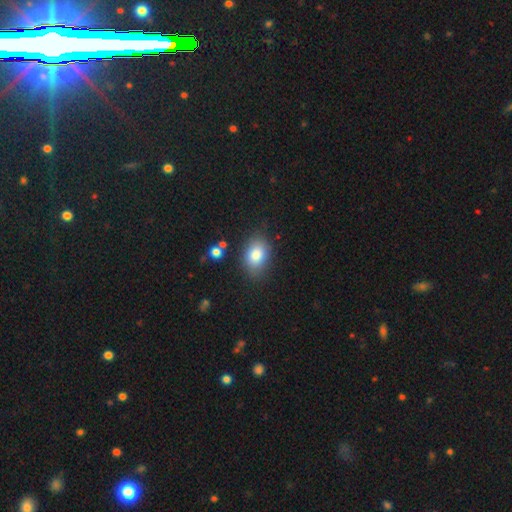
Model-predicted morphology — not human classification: A smooth galaxy with no disk features (83%) that is in between round and cigar-shaped (80%).

Vote fractions:
- Smooth or featured? smooth: 83% / featured or disk: 9% / star or artifact: 8%
- How rounded? in between: 80% / round: 19% / cigar-shaped: 1%
- Merging? none: 80% / minor disturbance: 14% / major disturbance: 4% / merger: 3%